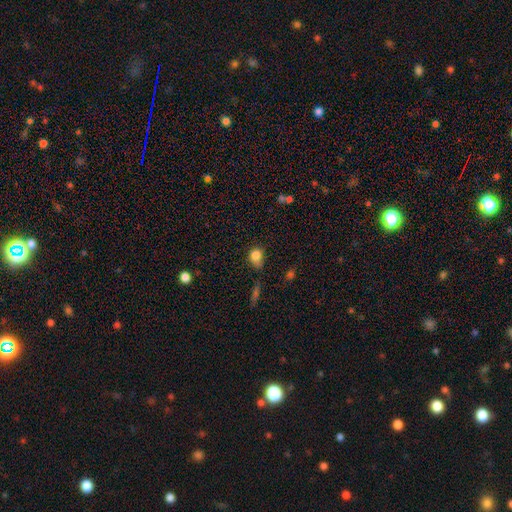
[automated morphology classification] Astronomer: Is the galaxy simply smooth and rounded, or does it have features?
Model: smooth — 81%.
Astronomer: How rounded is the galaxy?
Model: round — 59% (runner-up: in between, 39%).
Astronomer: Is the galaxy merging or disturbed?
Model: none — 46% (runner-up: minor disturbance, 34%).